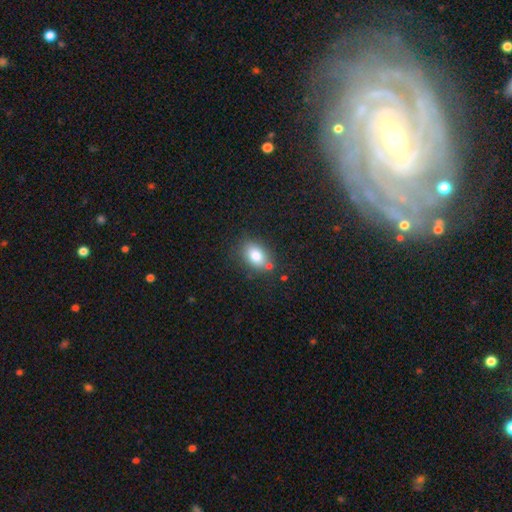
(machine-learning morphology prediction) A smooth galaxy with no disk features (80%) that is in between round and cigar-shaped (78%). Merging: none (74%).